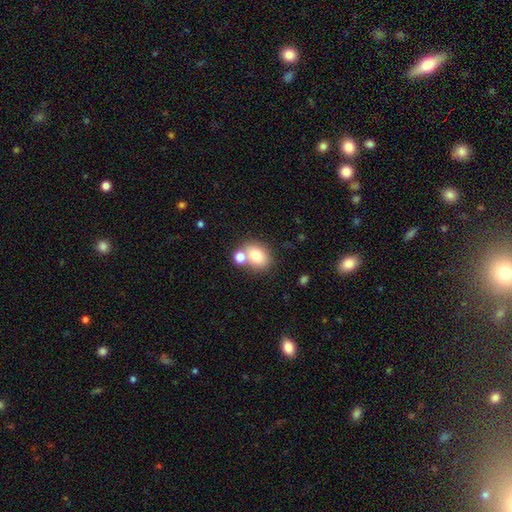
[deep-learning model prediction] smooth-or-featured: smooth: 76% | featured or disk: 13% | star or artifact: 11%
  how-rounded: in between: 50% | round: 49% | cigar-shaped: 1%
  merging: none: 57% | merger: 29% | minor disturbance: 10% | major disturbance: 4%